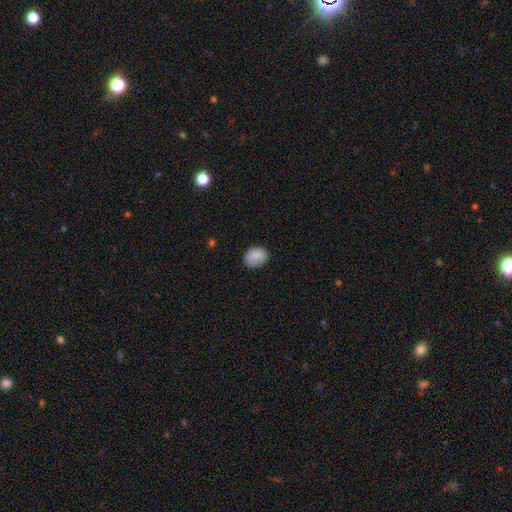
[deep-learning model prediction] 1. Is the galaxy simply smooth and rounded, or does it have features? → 85% smooth, 8% star or artifact, 7% featured or disk.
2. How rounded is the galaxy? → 66% in between, 33% round, 1% cigar-shaped.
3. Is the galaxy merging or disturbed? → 78% none, 17% minor disturbance, 4% major disturbance, 1% merger.